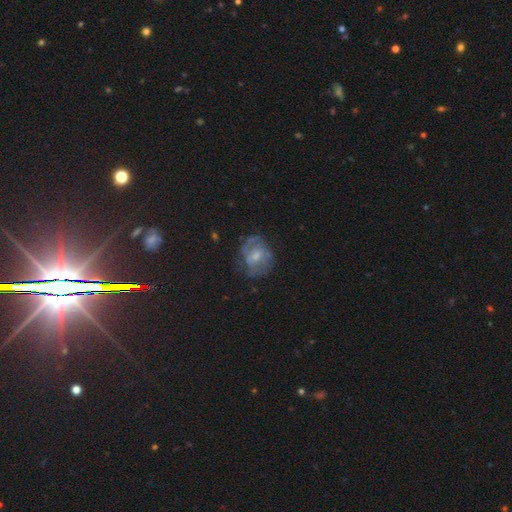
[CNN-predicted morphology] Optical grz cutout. It shows a featured or disk galaxy (59%) with no bar (51%), spiral arms (60%) and a moderate central bulge (44%). Merging: none (56%).